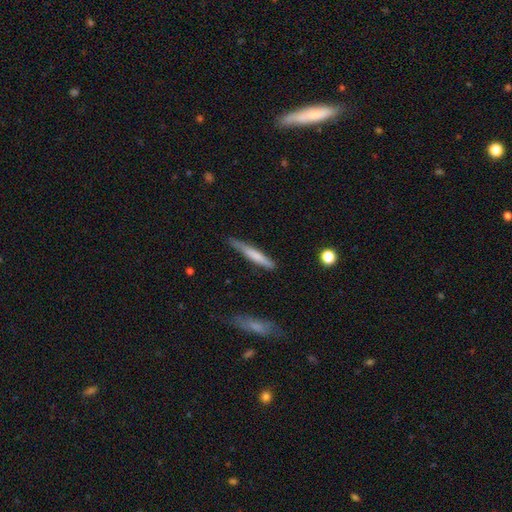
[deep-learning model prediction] A smooth galaxy with no disk features (65%) that is cigar-shaped (94%). Merging: none (73%).